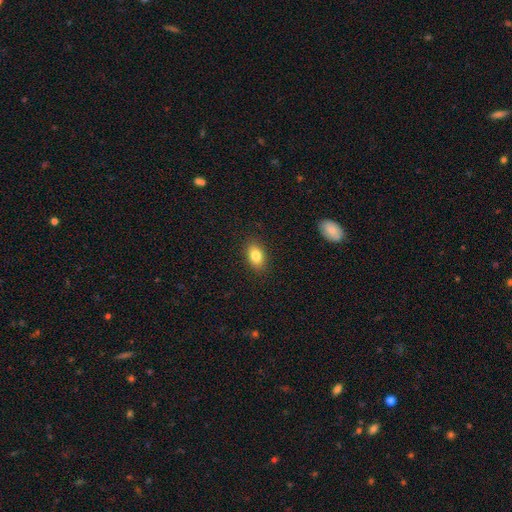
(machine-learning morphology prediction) Smooth or featured? smooth (82%)
How rounded? in between (86%)
Merging? none (88%)